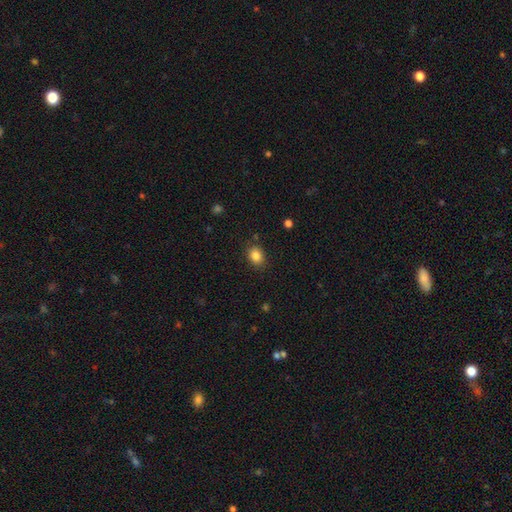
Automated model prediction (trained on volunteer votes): smooth_or_featured: smooth (p=0.85) [alt: star or artifact p=0.10]
how_rounded: in between (p=0.52) [alt: round p=0.47]
merging: none (p=0.85) [alt: minor disturbance p=0.11]